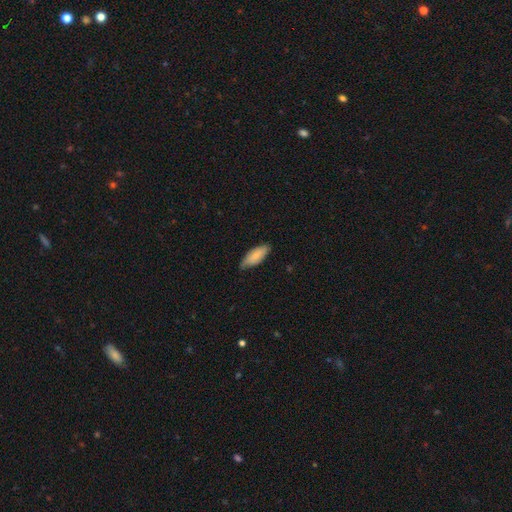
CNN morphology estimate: A smooth galaxy with no disk features (77%) that is in between round and cigar-shaped (77%).

Vote fractions:
- Smooth or featured? smooth: 77% / featured or disk: 18% / star or artifact: 6%
- How rounded? in between: 77% / cigar-shaped: 22% / round: 2%
- Merging? none: 72% / minor disturbance: 24% / major disturbance: 3% / merger: 1%